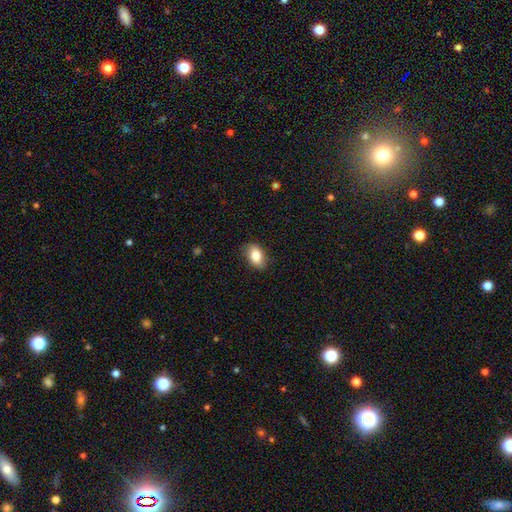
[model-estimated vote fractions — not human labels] Morphology: type=smooth (83%); roundness=in between (86%); merging=none (84%).